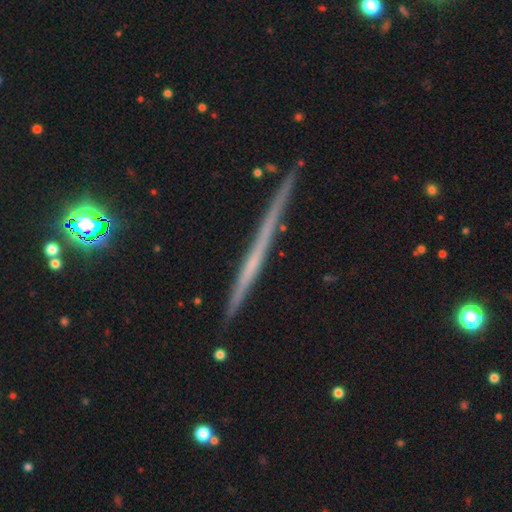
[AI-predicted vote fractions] This is likely a featured or disk galaxy (65%). It is clearly viewed edge-on (98%). Edge-on bulge: clearly none (91%). Merging: clearly none (89%).